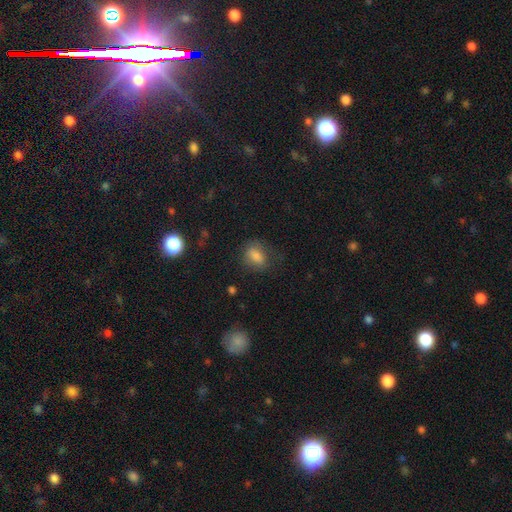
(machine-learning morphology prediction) Smooth or featured? smooth (79%)
How rounded? in between (72%)
Merging? none (66%)